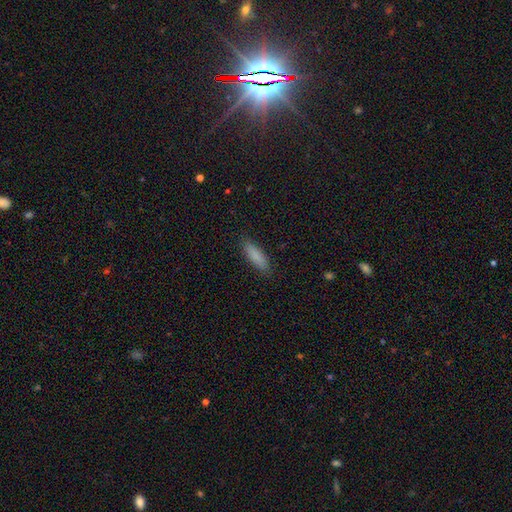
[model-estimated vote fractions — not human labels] Smooth or featured?
  - smooth: 86% *
  - featured or disk: 7%
  - star or artifact: 7%
How rounded?
  - cigar-shaped: 59% *
  - in between: 39%
  - round: 2%
Merging?
  - none: 88% *
  - minor disturbance: 9%
  - major disturbance: 2%
  - merger: 1%